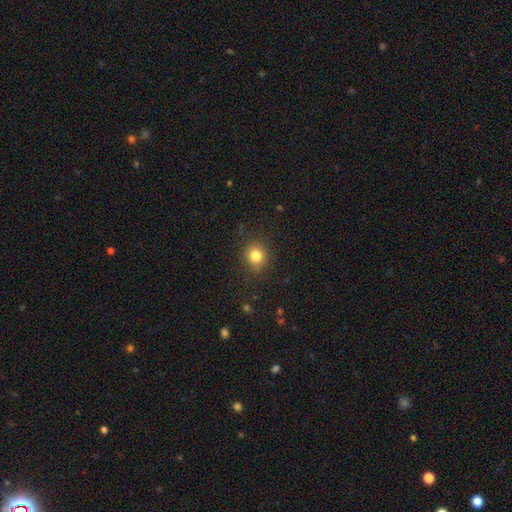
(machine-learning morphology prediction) Overall: smooth (82%). How rounded: round (82%). Merging: none (87%).